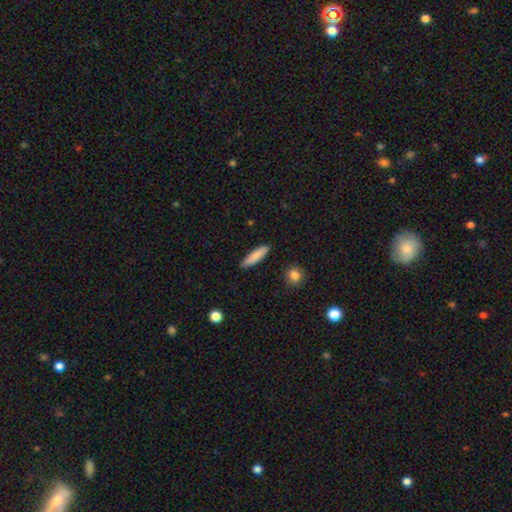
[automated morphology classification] smooth 83%, featured or disk 10%, star or artifact 6%. Down the decision tree: how rounded — cigar-shaped (72%); merging — none (87%).